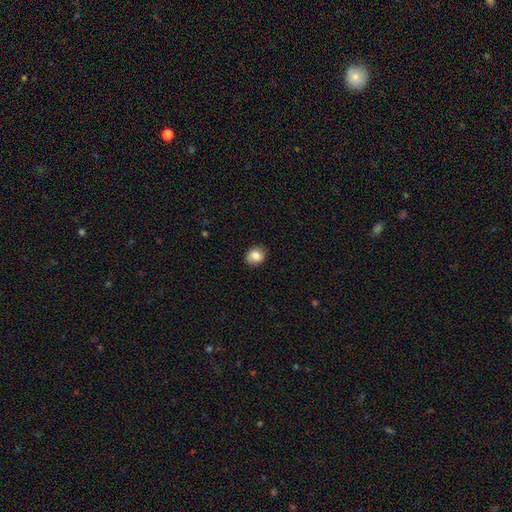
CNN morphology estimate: Smooth or featured: smooth — 85% (star or artifact — 9%)
How rounded: round — 70% (in between — 29%)
Merging: none — 86% (minor disturbance — 11%)